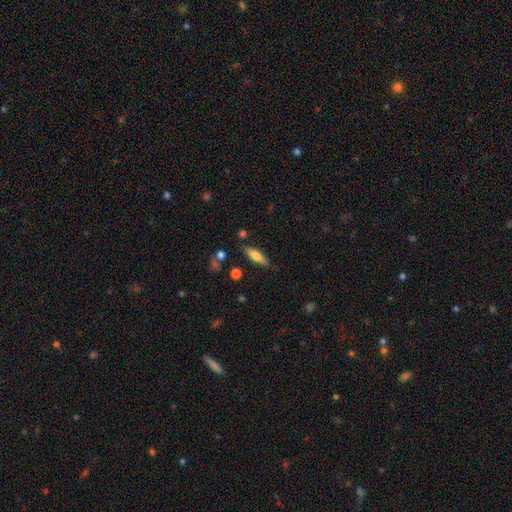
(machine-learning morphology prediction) Q: Smooth or featured?
A: smooth (59%); runner-up: featured or disk (34%)
Q: How rounded?
A: cigar-shaped (59%); runner-up: in between (38%)
Q: Merging?
A: none (80%); runner-up: minor disturbance (13%)